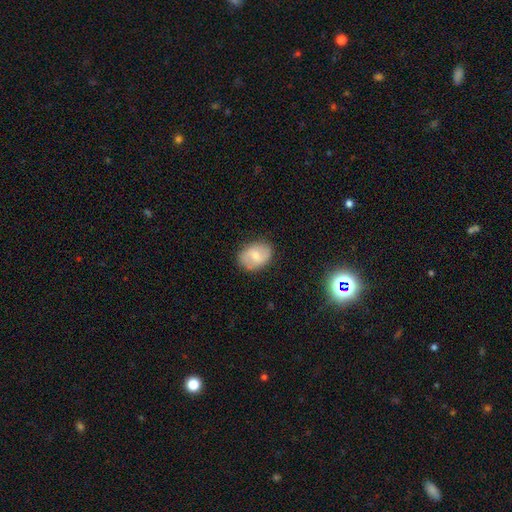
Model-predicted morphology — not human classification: Smooth or featured?
  - smooth: 52% *
  - featured or disk: 41%
  - star or artifact: 7%
How rounded?
  - in between: 68% *
  - round: 30%
  - cigar-shaped: 1%
Merging?
  - none: 82% *
  - minor disturbance: 14%
  - major disturbance: 3%
  - merger: 1%